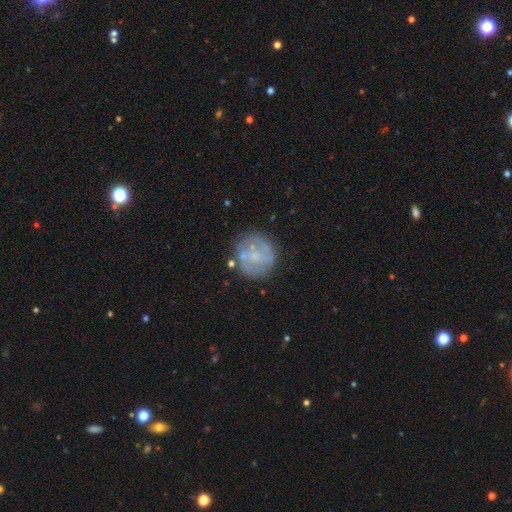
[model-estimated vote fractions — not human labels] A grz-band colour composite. It shows a featured or disk galaxy (62%) with no bar (63%), no spiral arms (50%, tied with yes) and a small central bulge (37%). Merging: none (69%).